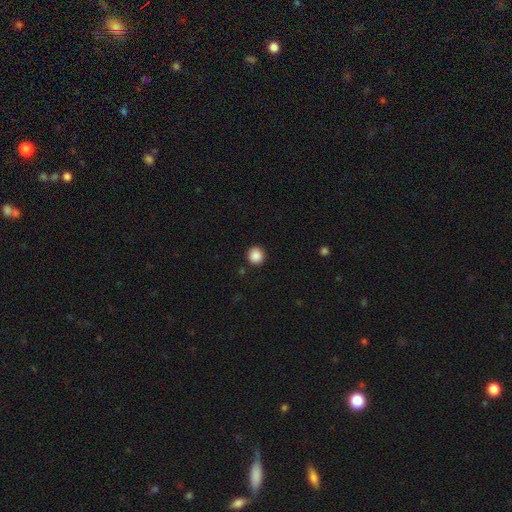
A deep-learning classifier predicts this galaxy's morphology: Smooth or featured: smooth — 88% (star or artifact — 9%)
How rounded: round — 92% (in between — 7%)
Merging: none — 91% (minor disturbance — 6%)